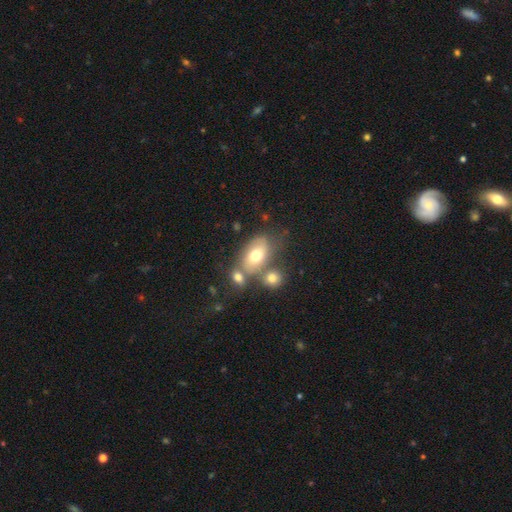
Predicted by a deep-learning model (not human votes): Q: Smooth or featured?
A: smooth (67%); runner-up: featured or disk (23%)
Q: How rounded?
A: in between (85%); runner-up: round (13%)
Q: Merging?
A: none (46%); runner-up: merger (32%)